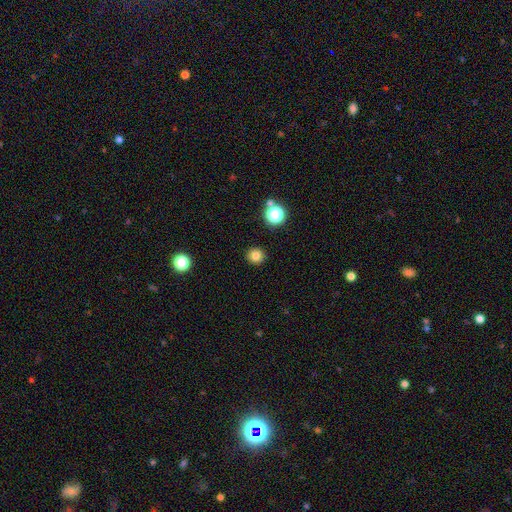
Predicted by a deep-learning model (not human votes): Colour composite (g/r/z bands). It shows a smooth galaxy with no disk features (81%) that is round (92%). Merging: none (91%).